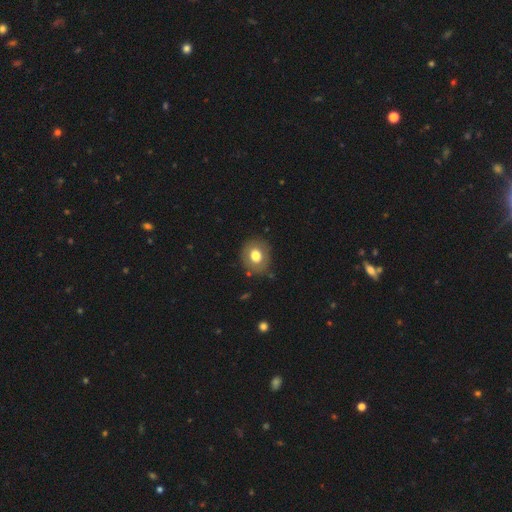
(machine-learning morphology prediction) The model was most divided on "how rounded": round: 74%, in between: 25%, cigar-shaped: 1%. More confident: merging — none (83%); smooth or featured — smooth (72%).